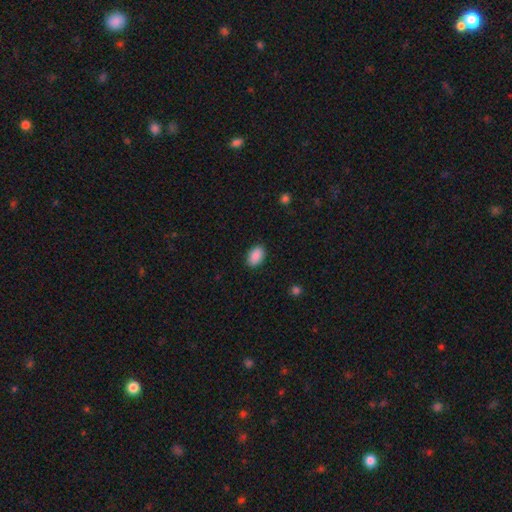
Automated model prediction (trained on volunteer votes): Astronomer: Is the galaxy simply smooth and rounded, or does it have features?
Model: smooth — 89%.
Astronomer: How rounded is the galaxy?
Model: in between — 91%.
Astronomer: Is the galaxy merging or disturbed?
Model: none — 88%.